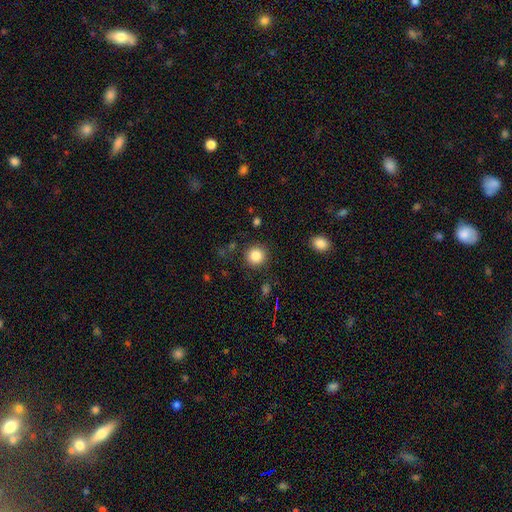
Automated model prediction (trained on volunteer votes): This is clearly a smooth galaxy (85%). How rounded: clearly round (92%). Merging: clearly none (89%).